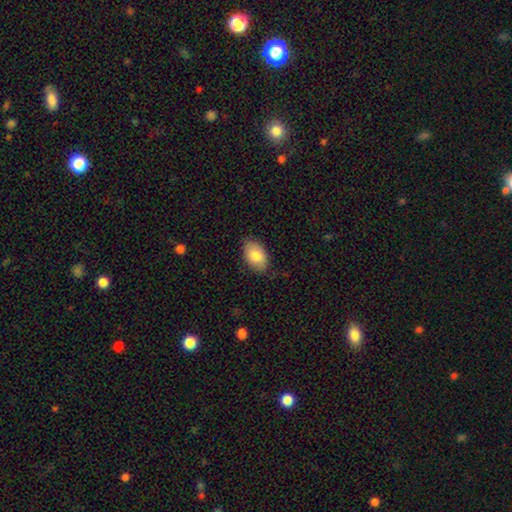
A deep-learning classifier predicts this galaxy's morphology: This appears to be a smooth galaxy with no disk features (82%) that is in between round and cigar-shaped (92%). Merging: none (82%).